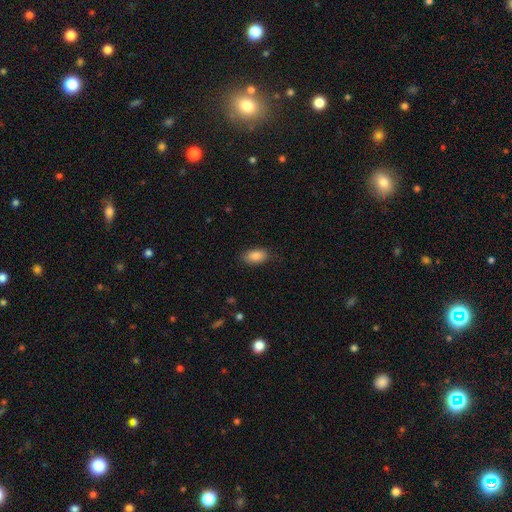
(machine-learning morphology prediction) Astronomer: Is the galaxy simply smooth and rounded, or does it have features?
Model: smooth — 87%.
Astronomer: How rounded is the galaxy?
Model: in between — 92%.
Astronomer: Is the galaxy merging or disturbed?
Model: none — 82%.